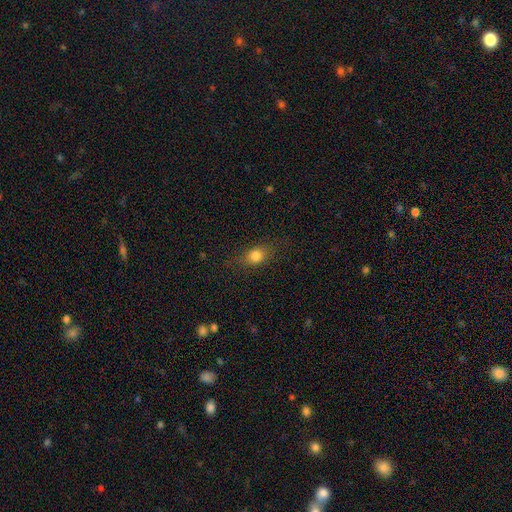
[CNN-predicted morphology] This is likely a smooth galaxy (77%). How rounded: possibly in between (54%). Merging: likely none (77%).